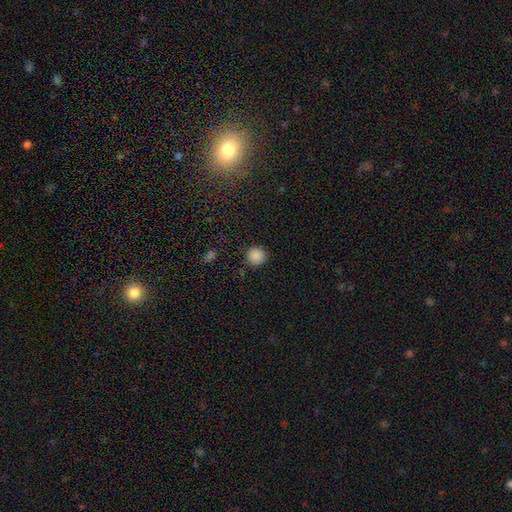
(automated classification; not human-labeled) A smooth galaxy with no disk features (87%) that is round (94%). Merging: none (90%).